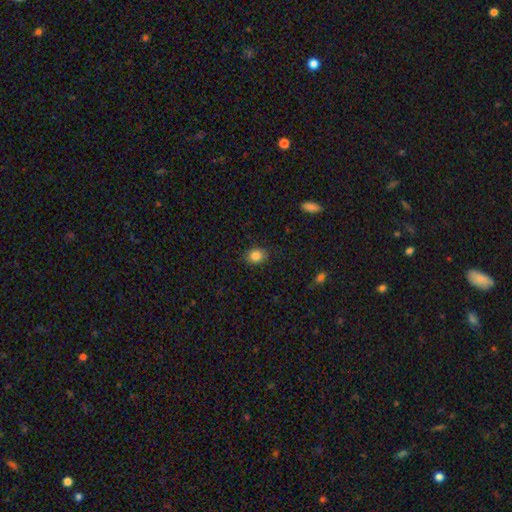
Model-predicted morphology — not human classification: Smooth or featured?
  - smooth: 85% *
  - star or artifact: 10%
  - featured or disk: 6%
How rounded?
  - in between: 58% *
  - round: 41%
  - cigar-shaped: 1%
Merging?
  - none: 87% *
  - minor disturbance: 10%
  - major disturbance: 2%
  - merger: 1%